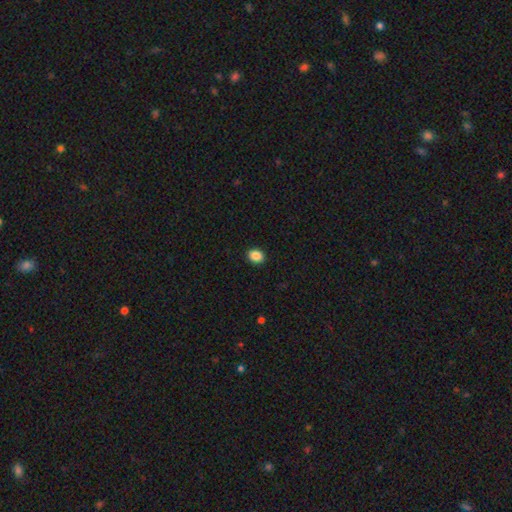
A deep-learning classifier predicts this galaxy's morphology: A smooth galaxy with no disk features (88%) that is in between round and cigar-shaped (53%). Merging: none (92%).